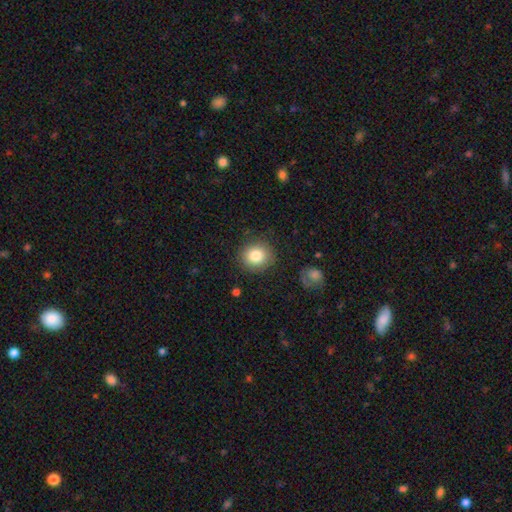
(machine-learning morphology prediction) Smooth or featured?
  - smooth: 83% *
  - star or artifact: 10%
  - featured or disk: 8%
How rounded?
  - round: 86% *
  - in between: 13%
  - cigar-shaped: 1%
Merging?
  - none: 87% *
  - minor disturbance: 9%
  - major disturbance: 3%
  - merger: 1%